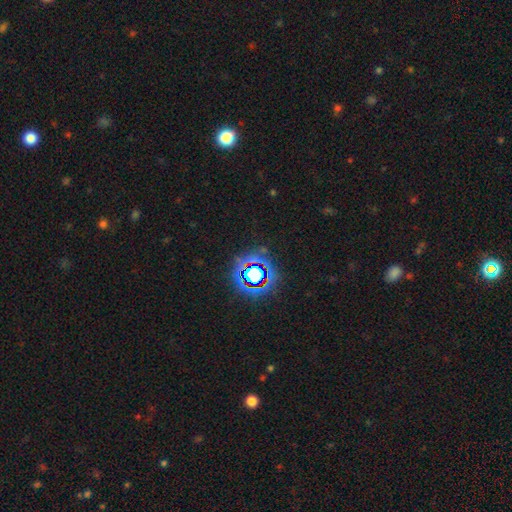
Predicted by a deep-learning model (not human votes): Q: Smooth or featured?
A: star or artifact (80%); runner-up: smooth (13%)